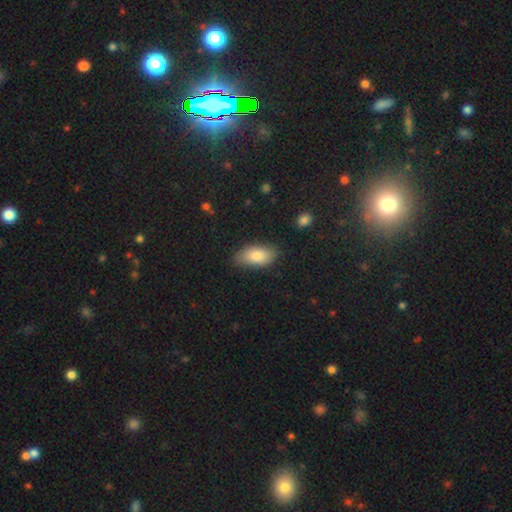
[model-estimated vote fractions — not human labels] A smooth galaxy with no disk features (83%) that is in between round and cigar-shaped (92%). Merging: none (79%).